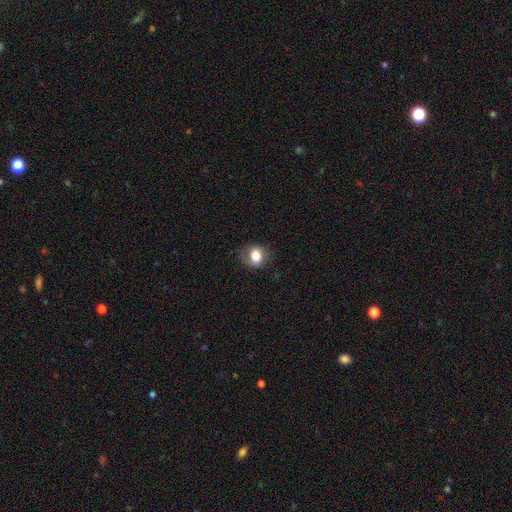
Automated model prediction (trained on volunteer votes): This appears to be a smooth galaxy with no disk features (77%) that is in between round and cigar-shaped (53%). Merging: none (76%).